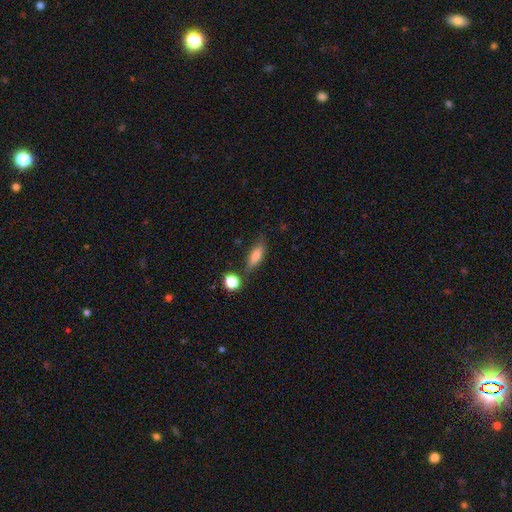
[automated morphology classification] A smooth galaxy with no disk features (76%) that is in between round and cigar-shaped (57%). Merging: none (70%).